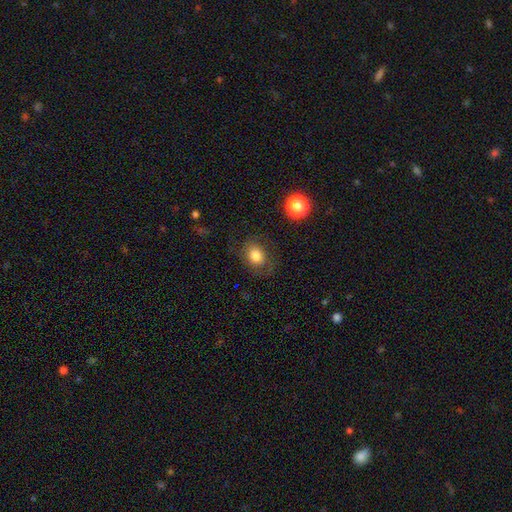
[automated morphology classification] This appears to be a smooth galaxy with no disk features (79%) that is round (51%). Merging: none (73%).